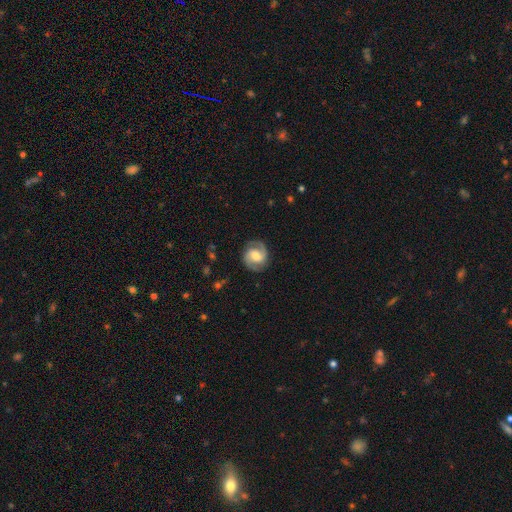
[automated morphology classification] Smooth or featured: featured or disk — 81% (smooth — 14%)
Edge-on disk: no — 98% (yes — 2%)
Bar: weak — 47% (no — 34%)
Spiral arms: yes — 96% (no — 4%)
Spiral winding: medium — 50% (tight — 35%)
Spiral arm count: 2 — 91% (can't tell — 3%)
Bulge size: moderate — 62% (small — 22%)
Merging: none — 85% (minor disturbance — 10%)